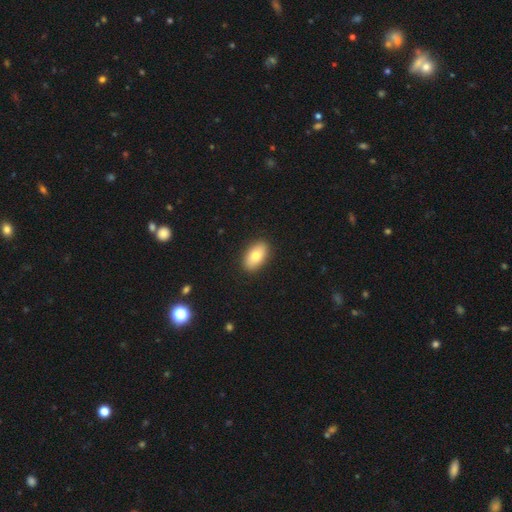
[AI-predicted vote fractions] Smooth or featured: smooth — 77% (featured or disk — 16%)
How rounded: in between — 92% (round — 5%)
Merging: none — 90% (minor disturbance — 8%)